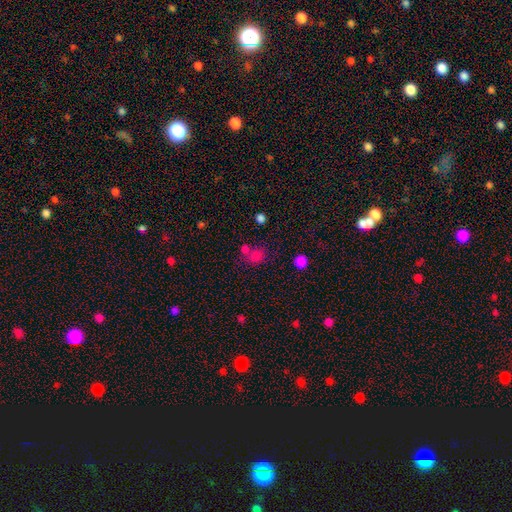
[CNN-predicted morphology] The model was most divided on "merging": none: 59%, merger: 24%, minor disturbance: 12%, major disturbance: 6%. More confident: how rounded — round (69%); smooth or featured — smooth (66%).